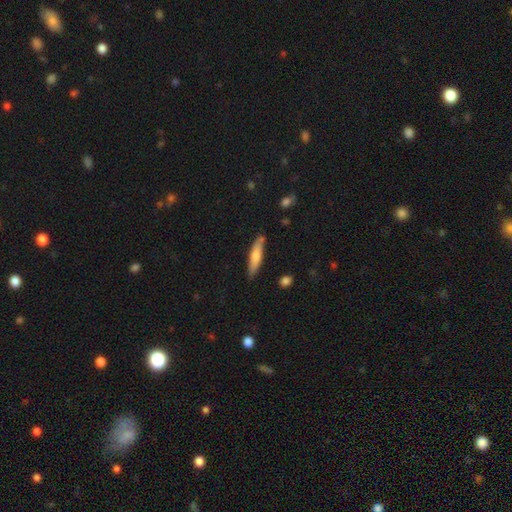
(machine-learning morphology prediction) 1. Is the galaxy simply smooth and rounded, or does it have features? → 67% smooth, 28% featured or disk, 6% star or artifact.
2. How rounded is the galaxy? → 82% cigar-shaped, 16% in between, 1% round.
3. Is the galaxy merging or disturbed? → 79% none, 14% minor disturbance, 4% merger, 2% major disturbance.